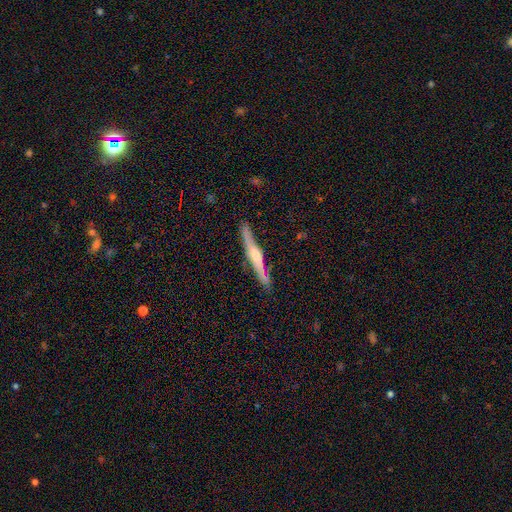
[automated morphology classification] The model was most divided on "smooth or featured": featured or disk: 72%, smooth: 22%, star or artifact: 6%. More confident: edge-on disk — yes (96%); merging — none (86%); edge-on bulge — rounded (79%).